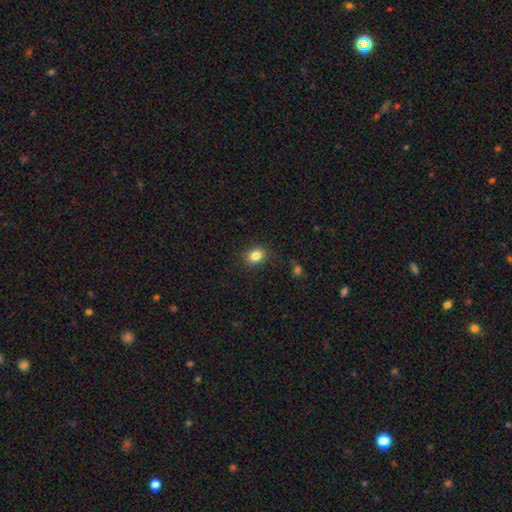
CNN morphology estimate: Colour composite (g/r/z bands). It shows a smooth galaxy with no disk features (84%) that is in between round and cigar-shaped (50%). Merging: none (85%).